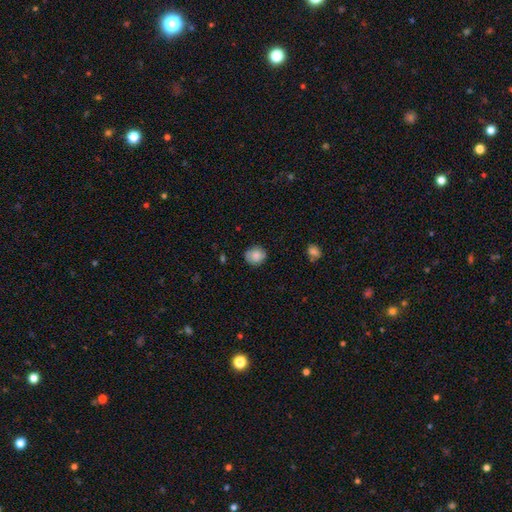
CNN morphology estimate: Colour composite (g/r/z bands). It shows a smooth galaxy with no disk features (82%) that is round (83%). Merging: none (78%).